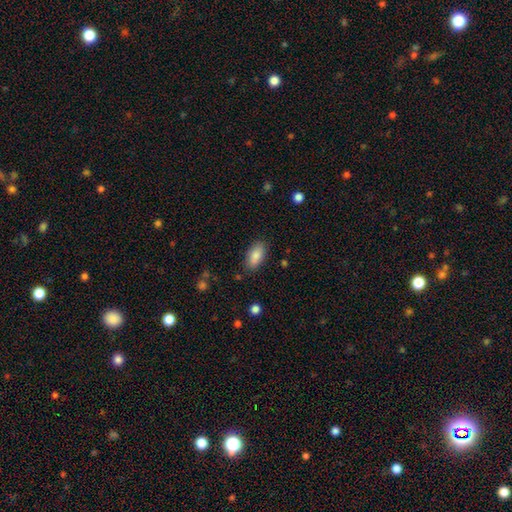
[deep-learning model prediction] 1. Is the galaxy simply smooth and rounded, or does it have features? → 85% smooth, 8% featured or disk, 7% star or artifact.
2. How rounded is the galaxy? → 89% in between, 9% cigar-shaped, 3% round.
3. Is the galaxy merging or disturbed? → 84% none, 11% minor disturbance, 3% major disturbance, 2% merger.